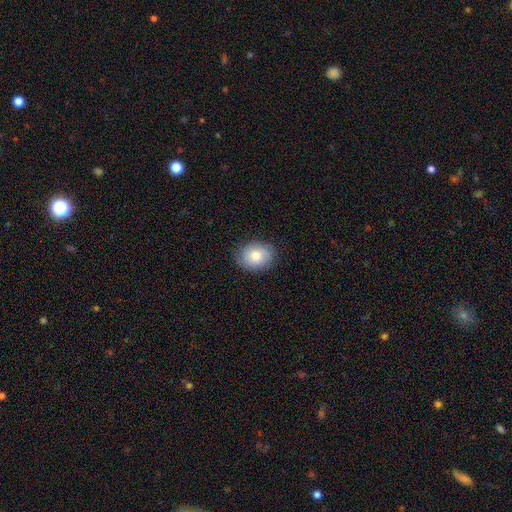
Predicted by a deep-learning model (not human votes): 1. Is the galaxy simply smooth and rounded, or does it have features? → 71% smooth, 21% featured or disk, 8% star or artifact.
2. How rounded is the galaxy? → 53% round, 46% in between, 1% cigar-shaped.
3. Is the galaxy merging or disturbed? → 83% none, 13% minor disturbance, 3% major disturbance, 1% merger.